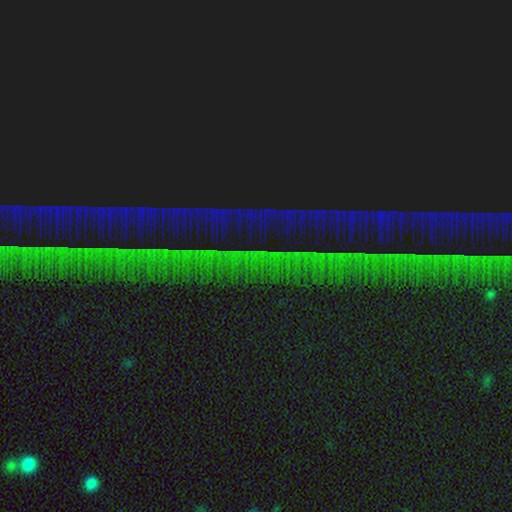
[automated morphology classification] Smooth or featured: star or artifact — 83% (featured or disk — 9%)